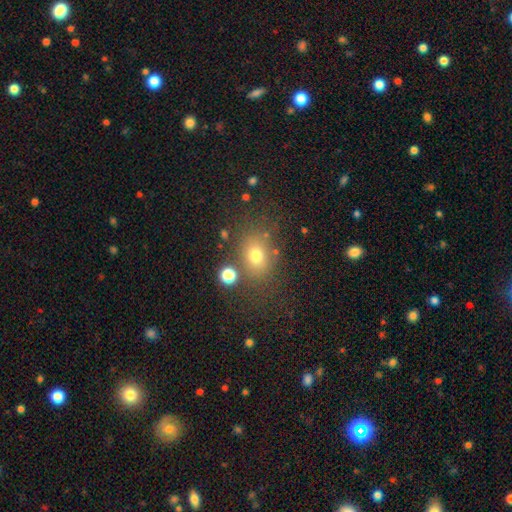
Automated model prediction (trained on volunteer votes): Smooth or featured? smooth (71%)
How rounded? in between (51%)
Merging? none (73%)